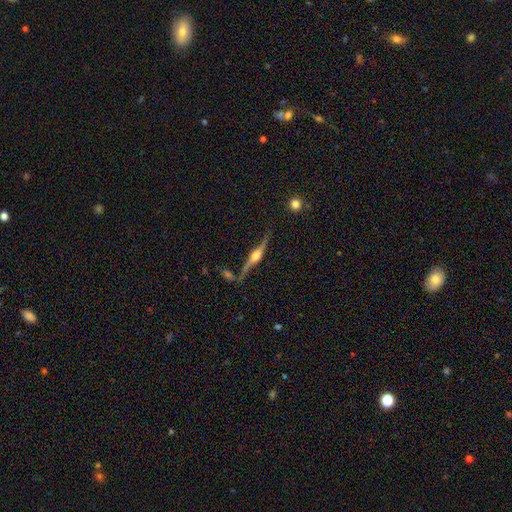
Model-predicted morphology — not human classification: Smooth or featured: featured or disk — 84% (smooth — 11%)
Edge-on disk: yes — 91% (no — 9%)
Edge-on bulge: rounded — 92% (boxy — 5%)
Merging: none — 67% (minor disturbance — 18%)